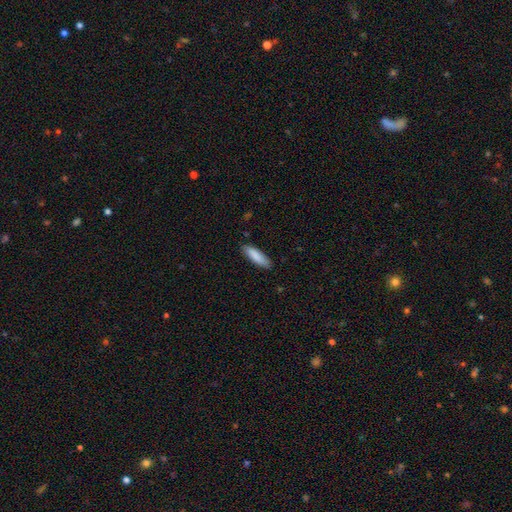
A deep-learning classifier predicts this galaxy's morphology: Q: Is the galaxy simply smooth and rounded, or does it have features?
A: smooth — 87%.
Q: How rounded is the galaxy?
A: cigar-shaped — 55%.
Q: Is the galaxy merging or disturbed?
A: none — 85%.